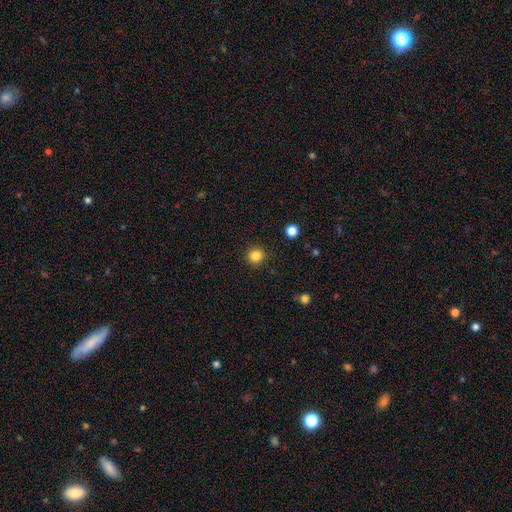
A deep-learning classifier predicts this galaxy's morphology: smooth 84%, star or artifact 12%, featured or disk 4%. Down the decision tree: how rounded — round (92%); merging — none (92%).